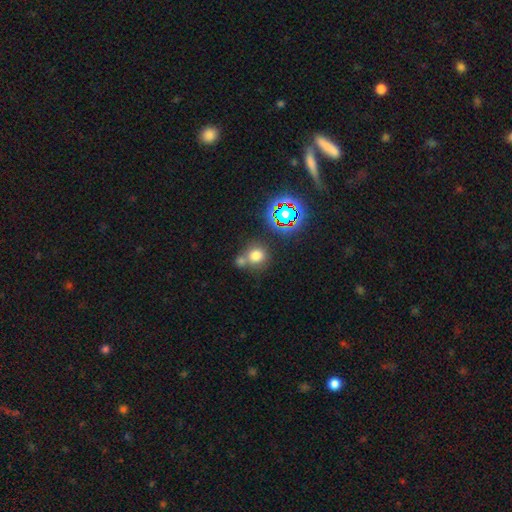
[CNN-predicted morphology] smooth-or-featured: smooth: 71% | star or artifact: 19% | featured or disk: 9%
  how-rounded: round: 81% | in between: 17% | cigar-shaped: 1%
  merging: none: 51% | merger: 35% | minor disturbance: 10% | major disturbance: 4%